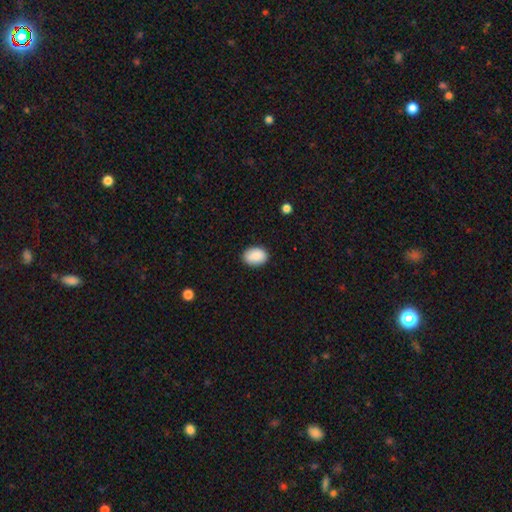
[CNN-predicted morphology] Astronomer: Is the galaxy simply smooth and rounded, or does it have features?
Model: smooth — 89%.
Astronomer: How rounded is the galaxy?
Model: in between — 80%.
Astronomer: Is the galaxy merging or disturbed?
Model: none — 87%.